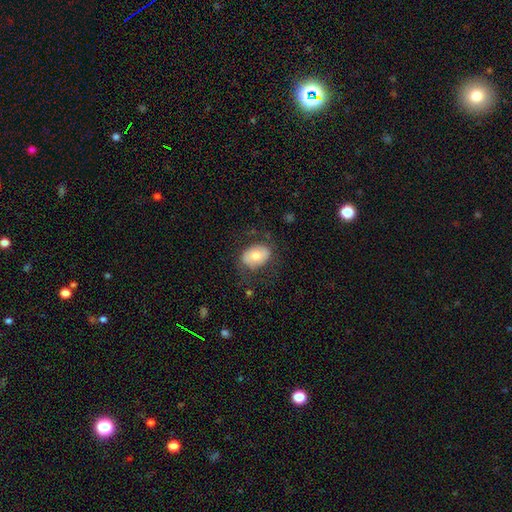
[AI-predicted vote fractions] smooth-or-featured: smooth: 68% | featured or disk: 25% | star or artifact: 7%
  how-rounded: in between: 77% | round: 22% | cigar-shaped: 1%
  merging: none: 70% | minor disturbance: 18% | major disturbance: 10% | merger: 1%